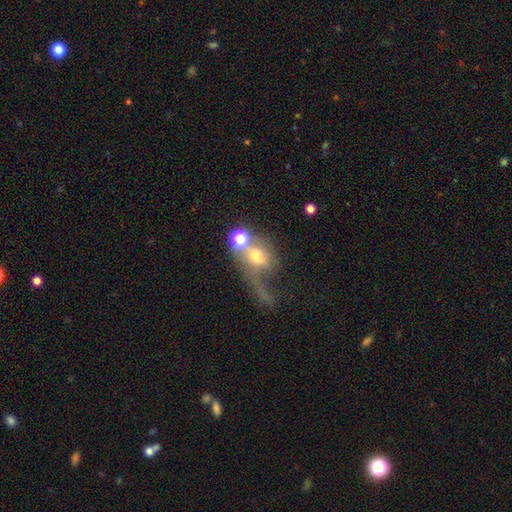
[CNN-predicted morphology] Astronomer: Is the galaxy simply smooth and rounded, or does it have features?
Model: smooth — 50% (runner-up: featured or disk, 32%).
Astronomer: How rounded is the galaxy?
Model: round — 54% (runner-up: in between, 42%).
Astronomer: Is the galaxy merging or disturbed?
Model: merger — 34%, tied with major disturbance at 34%.